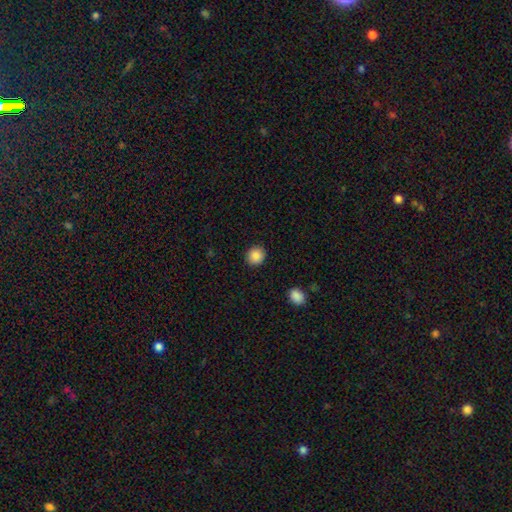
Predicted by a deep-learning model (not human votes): A smooth galaxy with no disk features (88%) that is round (86%). Merging: none (91%).